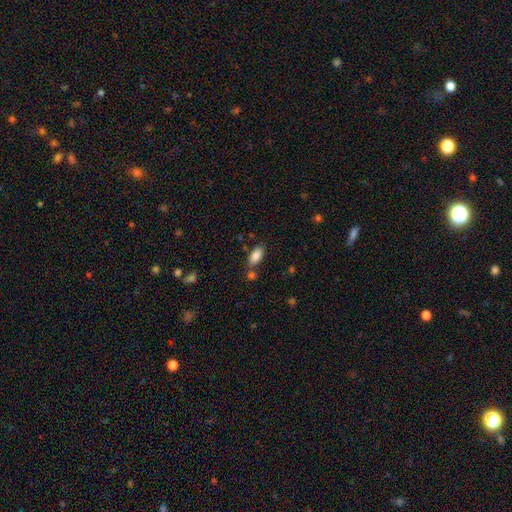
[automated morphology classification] Smooth or featured? smooth (86%)
How rounded? in between (90%)
Merging? none (73%)